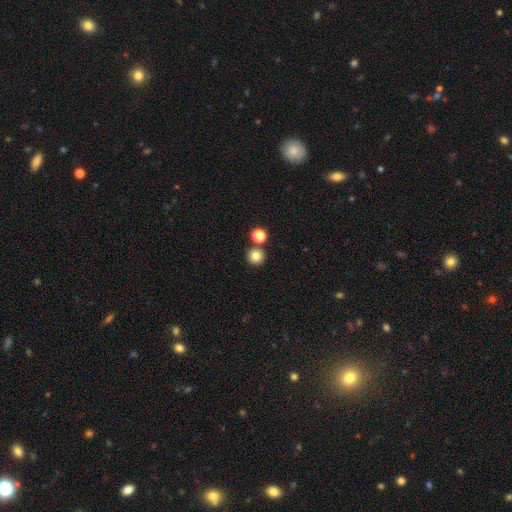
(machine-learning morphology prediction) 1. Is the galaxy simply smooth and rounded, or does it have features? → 81% smooth, 13% star or artifact, 7% featured or disk.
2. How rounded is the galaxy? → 94% round, 5% in between, 1% cigar-shaped.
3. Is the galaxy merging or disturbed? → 78% none, 14% merger, 6% minor disturbance, 2% major disturbance.